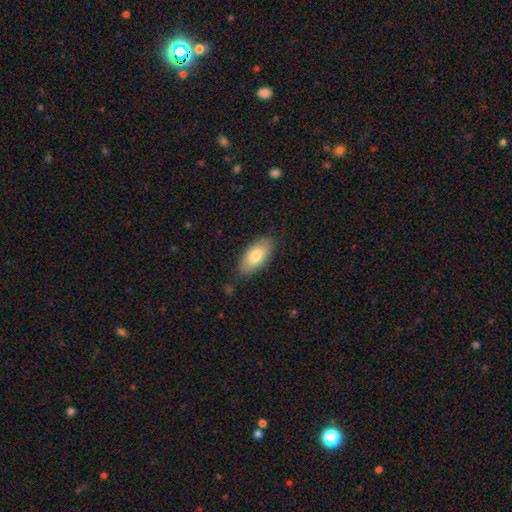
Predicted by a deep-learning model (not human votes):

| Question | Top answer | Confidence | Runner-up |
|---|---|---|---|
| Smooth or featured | smooth | 78% | featured or disk (16%) |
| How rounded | in between | 92% | cigar-shaped (6%) |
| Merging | none | 80% | minor disturbance (15%) |